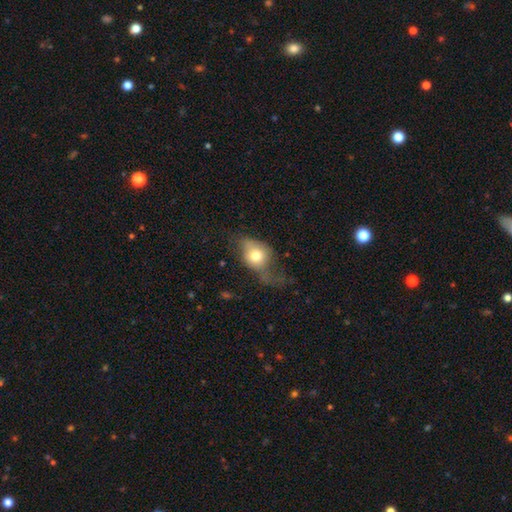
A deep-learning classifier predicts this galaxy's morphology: This appears to be a smooth galaxy with no disk features (67%) that is in between round and cigar-shaped (55%). Merging: major disturbance (44%).